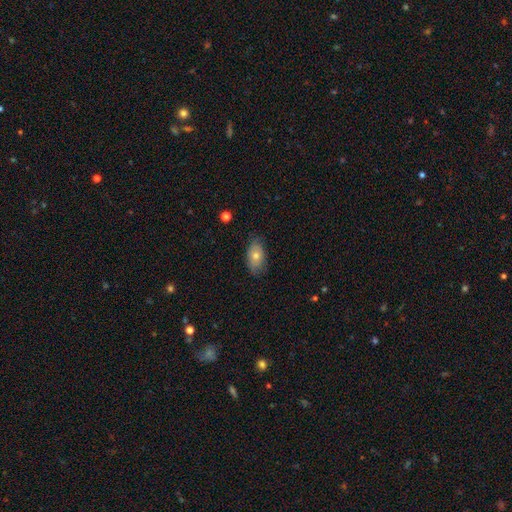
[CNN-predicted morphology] This is likely a smooth galaxy (66%). How rounded: clearly in between (90%). Merging: clearly none (81%).